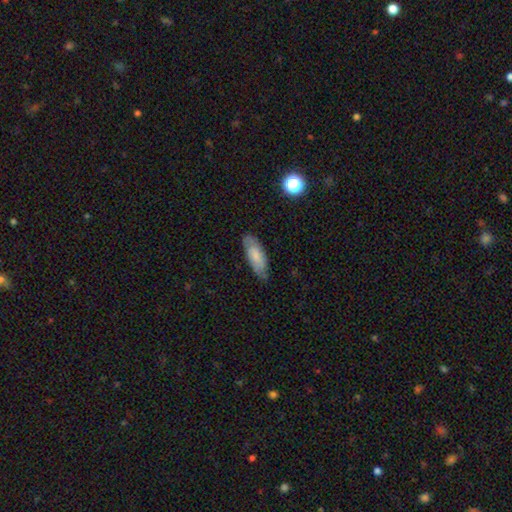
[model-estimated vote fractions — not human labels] Morphology: type=smooth (68%); roundness=in between (74%); merging=none (73%).